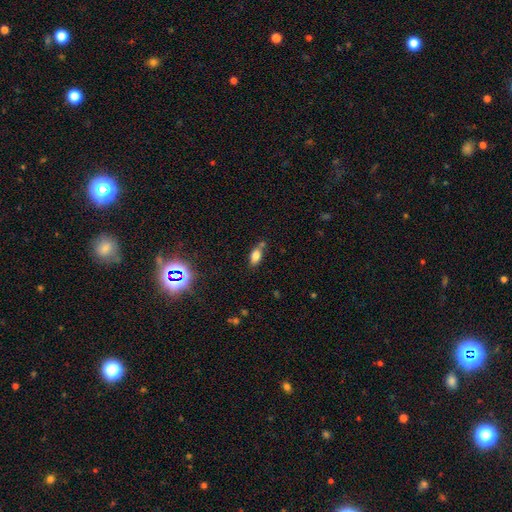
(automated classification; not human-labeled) Overall: smooth (78%). How rounded: in between (85%). Merging: none (58%; minor disturbance 20%).